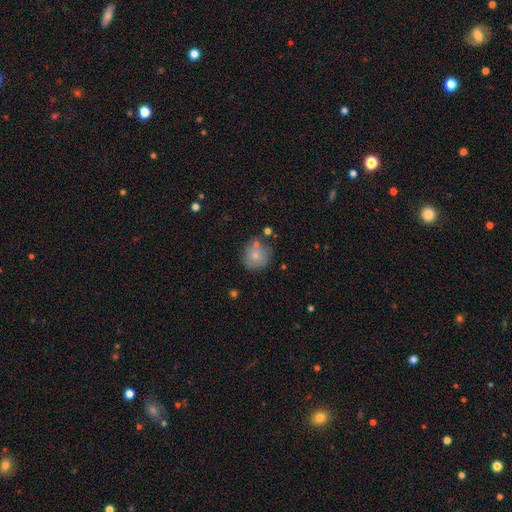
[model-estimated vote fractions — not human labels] This appears to be a smooth galaxy with no disk features (76%) that is round (88%). Merging: none (67%).